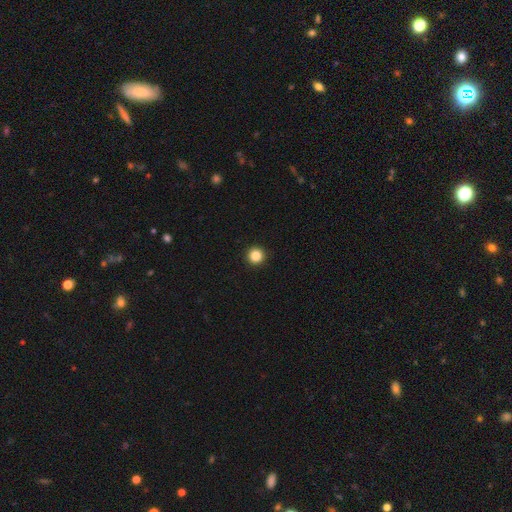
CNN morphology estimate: Smooth or featured?
  - smooth: 86% *
  - star or artifact: 11%
  - featured or disk: 3%
How rounded?
  - round: 96% *
  - in between: 3%
  - cigar-shaped: 1%
Merging?
  - none: 94% *
  - minor disturbance: 4%
  - major disturbance: 1%
  - merger: 1%